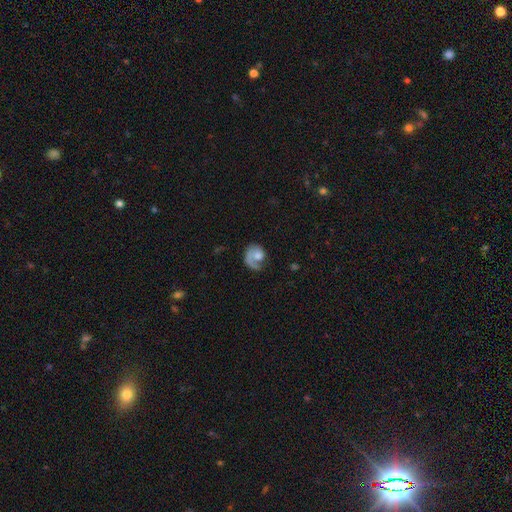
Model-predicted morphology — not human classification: Smooth or featured?
  - featured or disk: 55% *
  - smooth: 38%
  - star or artifact: 7%
Edge-on disk?
  - no: 98% *
  - yes: 2%
Bar?
  - no: 82% *
  - weak: 16%
  - strong: 3%
Spiral arms?
  - yes: 80% *
  - no: 20%
Bulge size?
  - moderate: 44% *
  - small: 23%
  - large: 17%
  - none: 12%
  - dominant: 4%
Merging?
  - none: 43% *
  - major disturbance: 33%
  - minor disturbance: 19%
  - merger: 5%